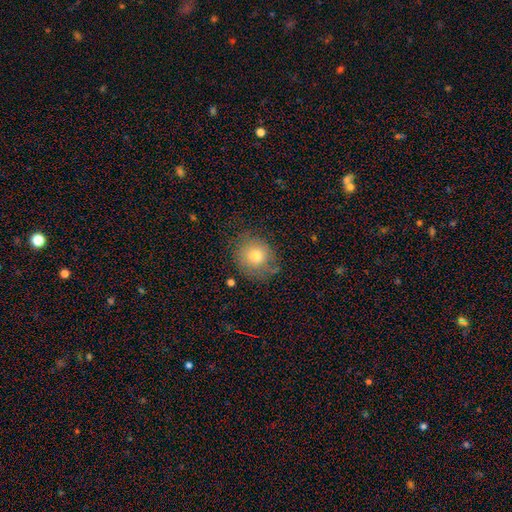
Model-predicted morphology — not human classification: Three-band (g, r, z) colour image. It shows a smooth galaxy with no disk features (74%) that is round (78%). Merging: none (72%).